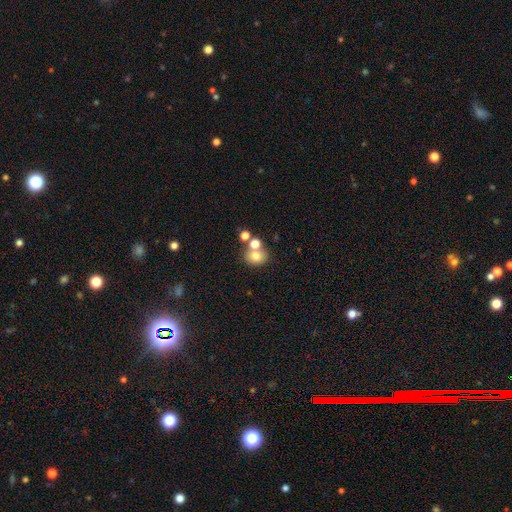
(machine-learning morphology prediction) Smooth or featured? Predicted: smooth (p=0.74). How rounded? Predicted: round (p=0.59). Merging? Predicted: none (p=0.50).